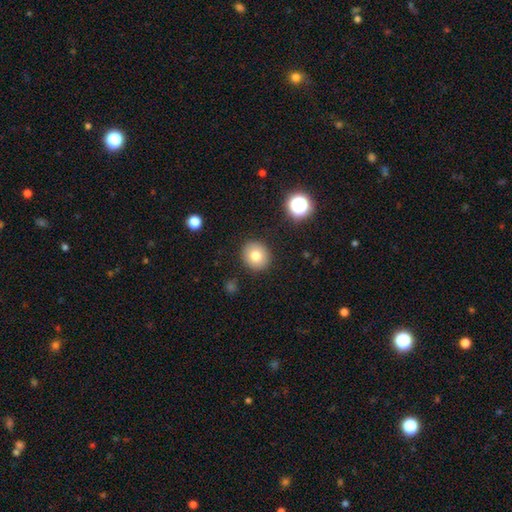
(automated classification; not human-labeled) Smooth or featured? smooth (78%)
How rounded? round (82%)
Merging? none (90%)